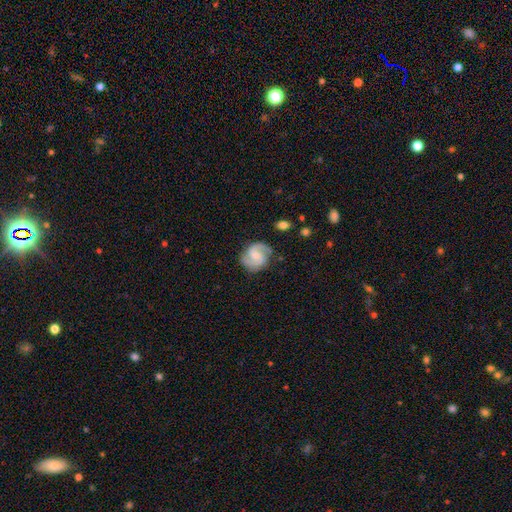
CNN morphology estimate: smooth-or-featured: featured or disk: 83% | smooth: 12% | star or artifact: 5%
  disk-edge-on: no: 98% | yes: 2%
    bar: weak: 47% | no: 43% | strong: 10%
    has-spiral-arms: yes: 97% | no: 3%
      spiral-winding: medium: 54% | tight: 29% | loose: 17%
      spiral-arm-count: 2: 88% | can't tell: 4% | 3: 4% | 1: 2% | 4: 1% | more than 4: 1%
    bulge-size: small: 49% | moderate: 32% | none: 15% | large: 3% | dominant: 1%
  merging: none: 78% | minor disturbance: 15% | major disturbance: 5% | merger: 2%